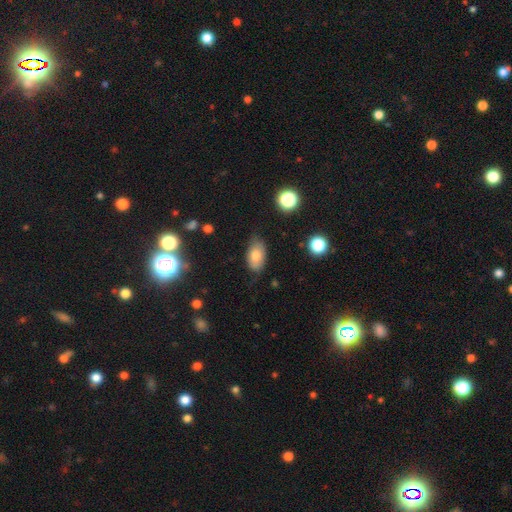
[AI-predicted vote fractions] Overall: smooth (75%). How rounded: in between (92%). Merging: none (70%).